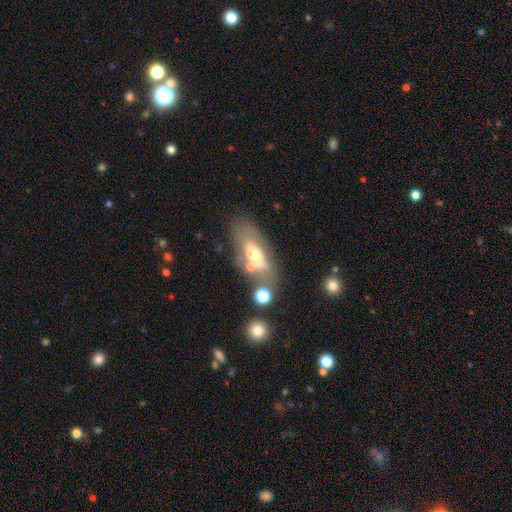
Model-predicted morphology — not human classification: smooth_or_featured: featured or disk (p=0.47) [alt: smooth p=0.43]
merging: none (p=0.52) [alt: merger p=0.19]